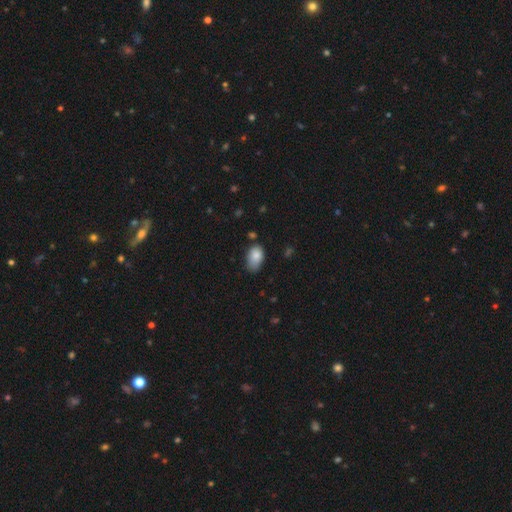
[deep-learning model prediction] This is clearly a smooth galaxy (84%). How rounded: clearly in between (90%). Merging: possibly none (52%).